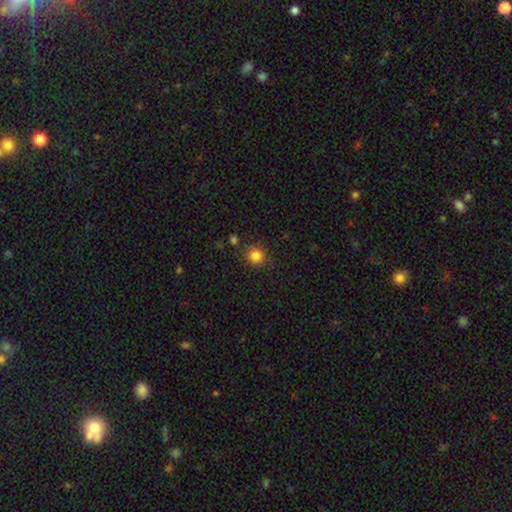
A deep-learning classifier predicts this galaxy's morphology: Smooth or featured? Predicted: smooth (p=0.84). How rounded? Predicted: round (p=0.84). Merging? Predicted: none (p=0.82).